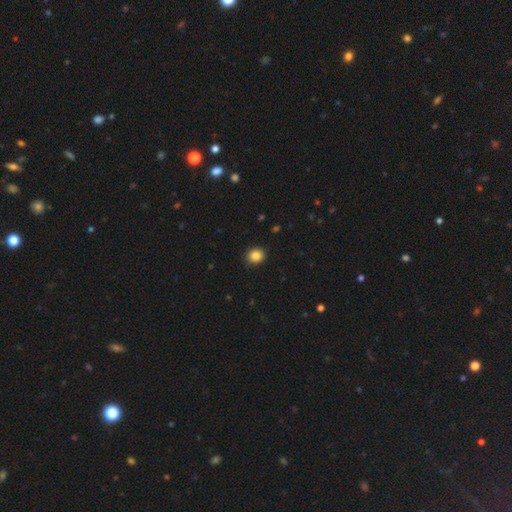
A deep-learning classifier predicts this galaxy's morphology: The model was most divided on "how rounded": round: 74%, in between: 26%, cigar-shaped: 1%. More confident: merging — none (90%); smooth or featured — smooth (86%).